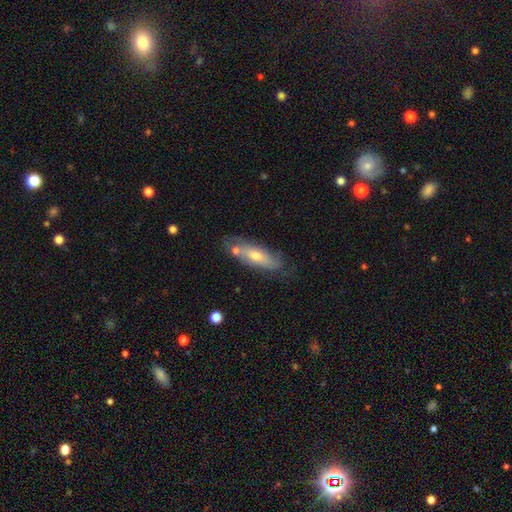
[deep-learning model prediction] This appears to be a featured or disk galaxy (53%). Merging: none (71%).